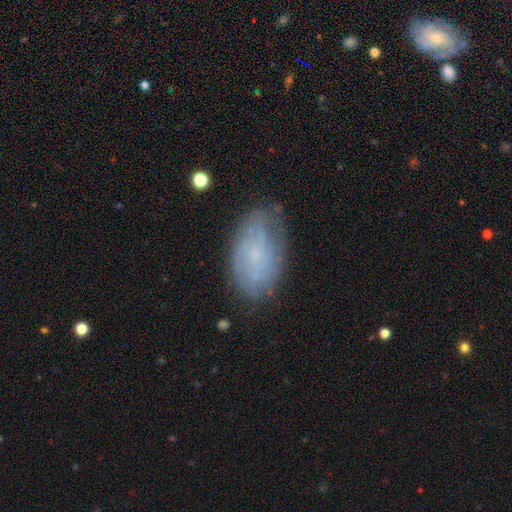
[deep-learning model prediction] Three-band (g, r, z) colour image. It shows a featured or disk galaxy (54%) with no bar (78%), spiral arms (73%) and a small central bulge (60%). Merging: none (69%).